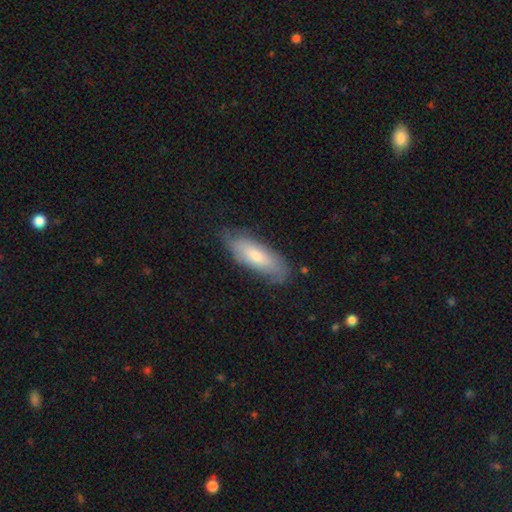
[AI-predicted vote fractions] Overall: smooth (65%; featured or disk 29%). How rounded: in between (66%; cigar-shaped 33%). Merging: none (74%).